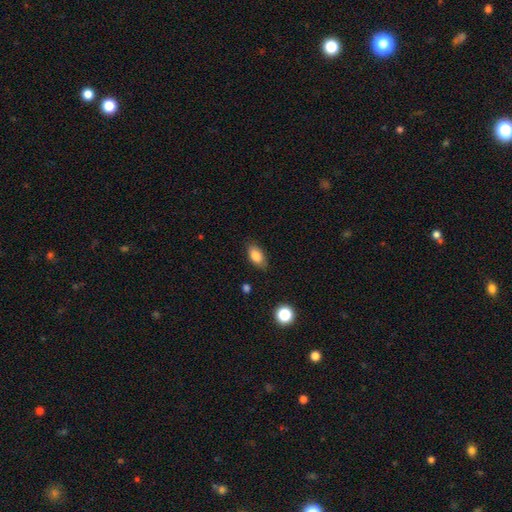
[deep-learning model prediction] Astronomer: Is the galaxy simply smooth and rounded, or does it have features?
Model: smooth — 83%.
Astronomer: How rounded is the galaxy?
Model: in between — 90%.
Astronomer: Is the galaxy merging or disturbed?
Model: none — 84%.